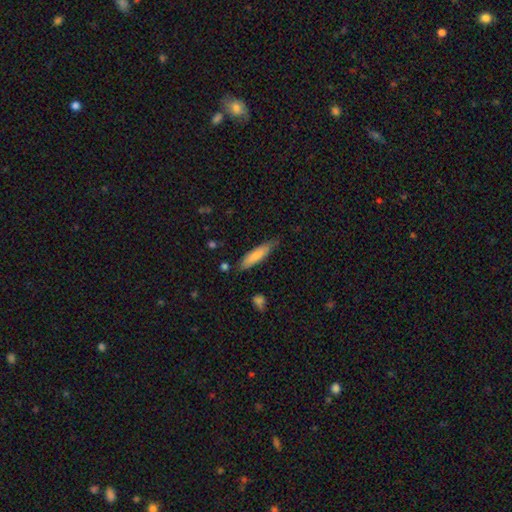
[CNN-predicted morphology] smooth 76%, featured or disk 18%, star or artifact 6%. Down the decision tree: how rounded — cigar-shaped (75%); merging — none (74%).